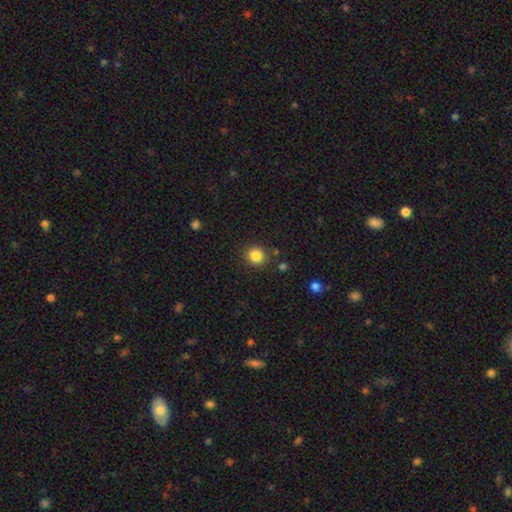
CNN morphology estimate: Smooth or featured? smooth (84%)
How rounded? round (86%)
Merging? none (87%)